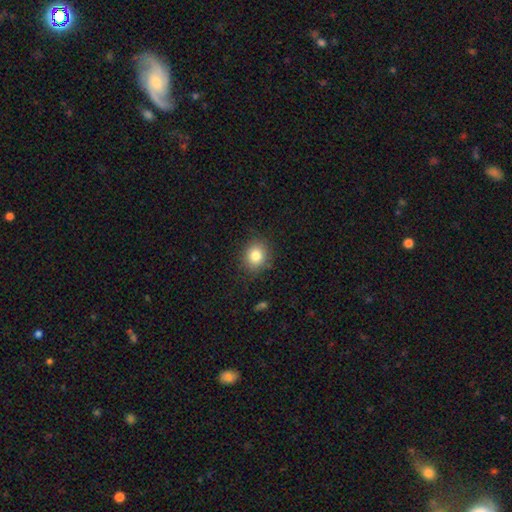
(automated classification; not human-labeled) Smooth or featured?
  - smooth: 82% *
  - star or artifact: 11%
  - featured or disk: 8%
How rounded?
  - round: 72% *
  - in between: 27%
  - cigar-shaped: 1%
Merging?
  - none: 85% *
  - minor disturbance: 11%
  - major disturbance: 3%
  - merger: 1%